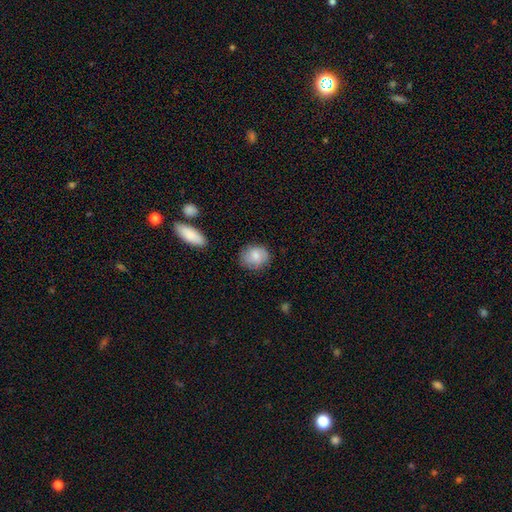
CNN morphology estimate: Smooth or featured? smooth (79%)
How rounded? round (65%)
Merging? none (80%)